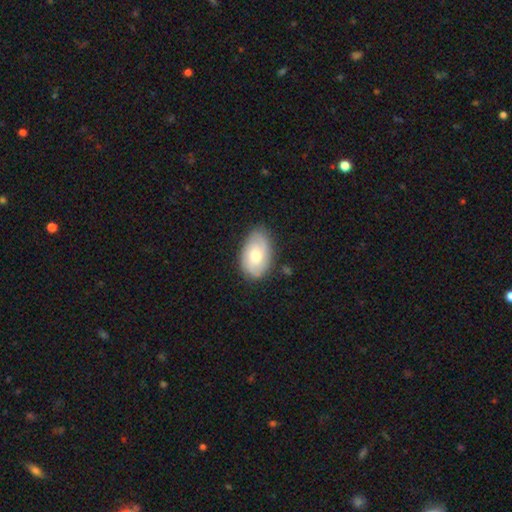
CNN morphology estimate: Smooth or featured? Predicted: smooth (p=0.51). How rounded? Predicted: in between (p=0.87). Merging? Predicted: none (p=0.76).